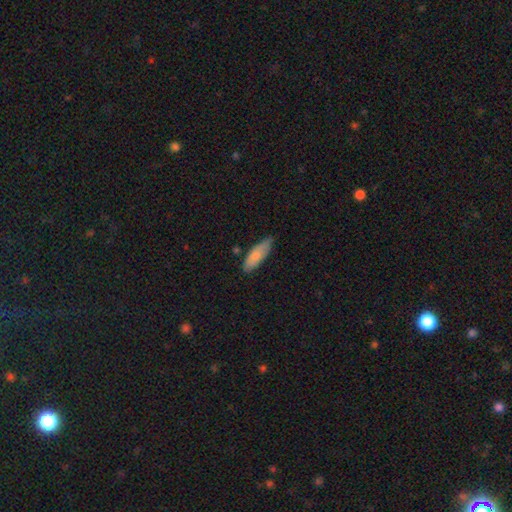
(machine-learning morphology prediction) smooth-or-featured: smooth: 79% | featured or disk: 15% | star or artifact: 6%
  how-rounded: in between: 58% | cigar-shaped: 40% | round: 2%
  merging: none: 68% | minor disturbance: 26% | major disturbance: 4% | merger: 2%